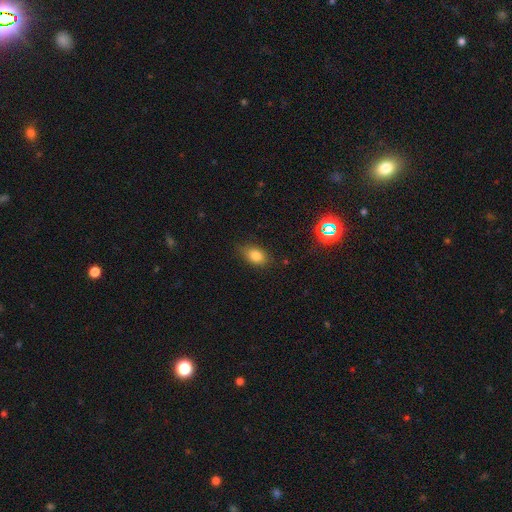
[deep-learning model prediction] Smooth or featured? Predicted: smooth (p=0.80). How rounded? Predicted: in between (p=0.79). Merging? Predicted: none (p=0.79).